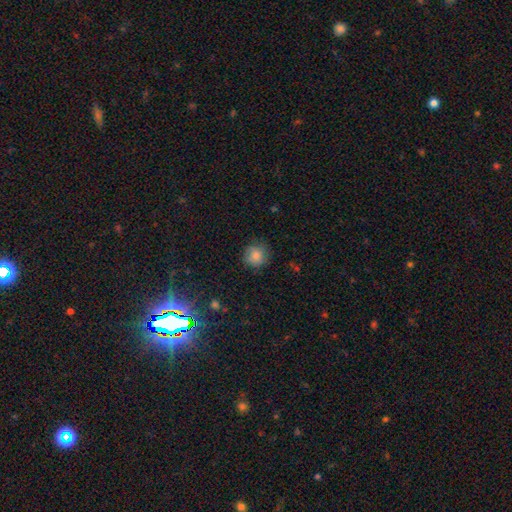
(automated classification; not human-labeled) Smooth or featured? smooth (81%)
How rounded? round (91%)
Merging? none (80%)